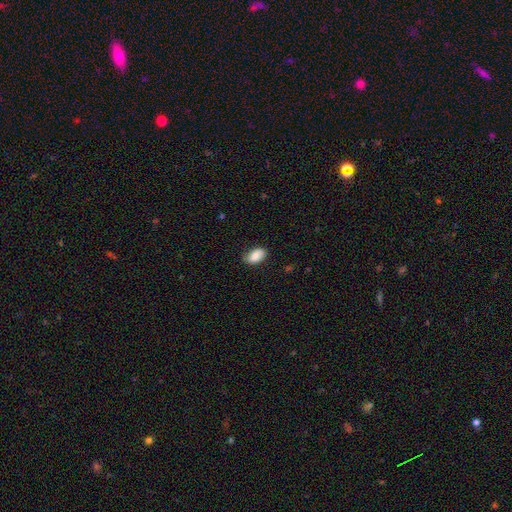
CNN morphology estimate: smooth_or_featured: smooth (p=0.80) [alt: featured or disk p=0.13]
how_rounded: in between (p=0.92) [alt: round p=0.05]
merging: none (p=0.79) [alt: minor disturbance p=0.17]